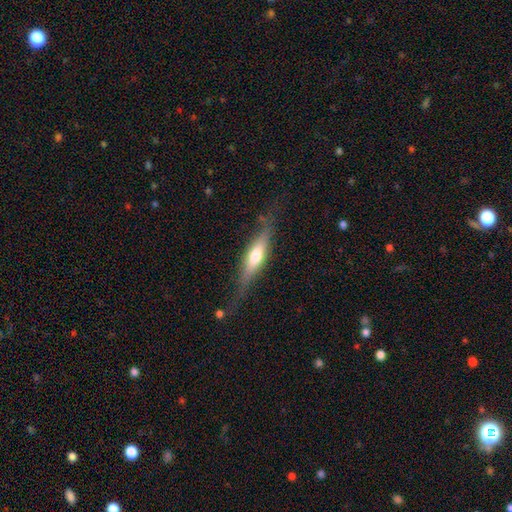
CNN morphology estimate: A featured or disk galaxy (51%) viewed edge-on (87%).

Vote fractions:
- Smooth or featured? featured or disk: 51% / smooth: 44% / star or artifact: 6%
- Edge-on disk? yes: 87% / no: 13%
- Merging? none: 67% / minor disturbance: 21% / major disturbance: 10% / merger: 2%